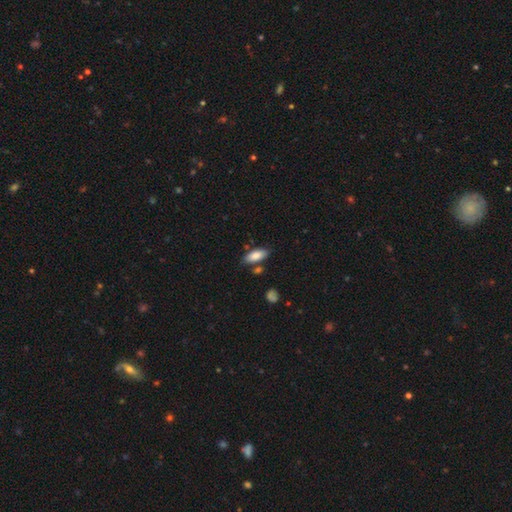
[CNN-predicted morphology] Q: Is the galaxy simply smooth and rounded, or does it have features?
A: smooth — 85%.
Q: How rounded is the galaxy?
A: in between — 86%.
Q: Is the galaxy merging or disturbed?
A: none — 76%.